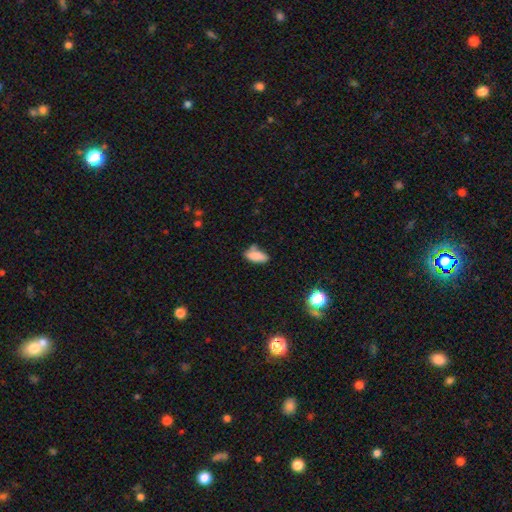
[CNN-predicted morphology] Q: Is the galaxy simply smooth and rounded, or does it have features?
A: smooth — 82%.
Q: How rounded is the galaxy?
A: in between — 84%.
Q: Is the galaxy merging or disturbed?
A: none — 56%.